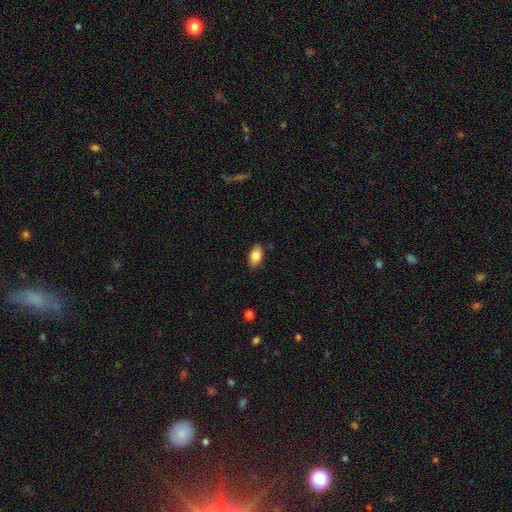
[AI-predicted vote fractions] Smooth or featured: smooth — 84% (featured or disk — 9%)
How rounded: in between — 93% (round — 4%)
Merging: none — 86% (minor disturbance — 11%)